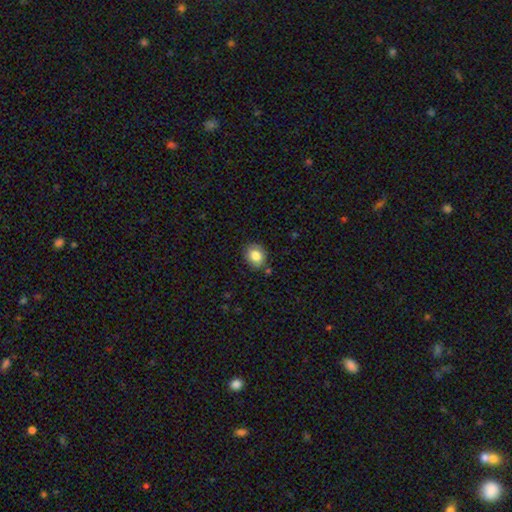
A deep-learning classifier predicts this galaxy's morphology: smooth_or_featured: smooth (p=0.82) [alt: featured or disk p=0.09]
how_rounded: round (p=0.63) [alt: in between p=0.36]
merging: none (p=0.84) [alt: minor disturbance p=0.11]